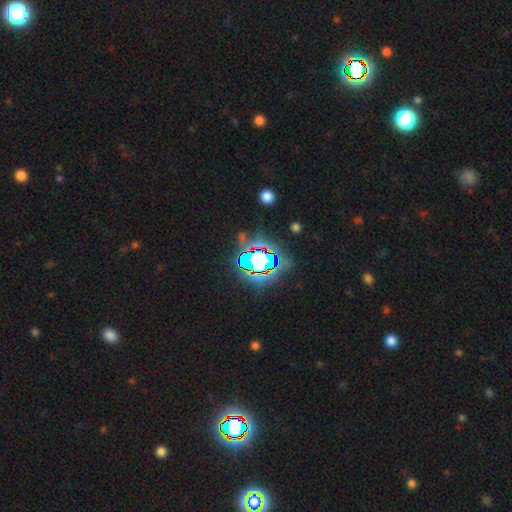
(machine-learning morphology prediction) The model was most divided on "smooth or featured": star or artifact: 83%, smooth: 10%, featured or disk: 7%.